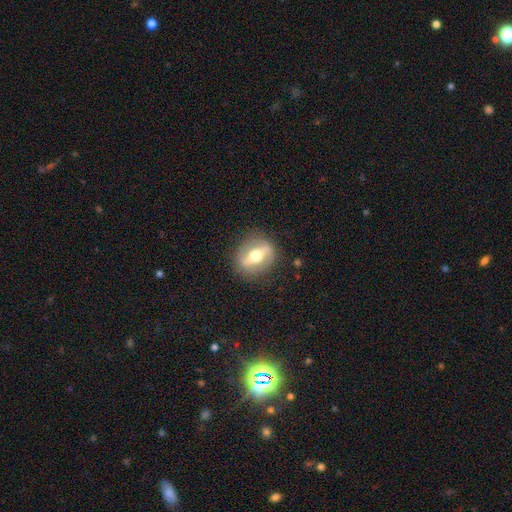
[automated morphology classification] smooth-or-featured: featured or disk: 68% | smooth: 26% | star or artifact: 6%
  disk-edge-on: no: 73% | yes: 27%
  merging: none: 84% | minor disturbance: 10% | major disturbance: 4% | merger: 1%